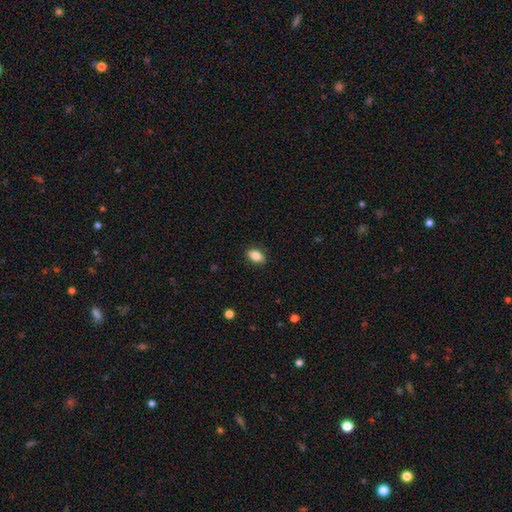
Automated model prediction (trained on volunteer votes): A smooth galaxy with no disk features (84%) that is in between round and cigar-shaped (87%). Merging: none (87%).